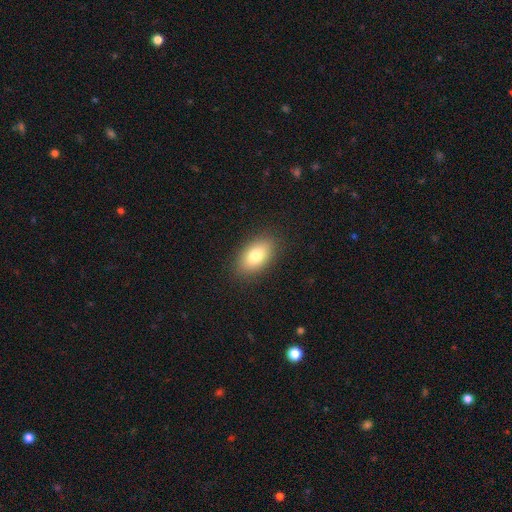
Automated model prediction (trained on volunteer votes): Smooth or featured: smooth — 78% (featured or disk — 13%)
How rounded: in between — 90% (round — 7%)
Merging: none — 88% (minor disturbance — 8%)